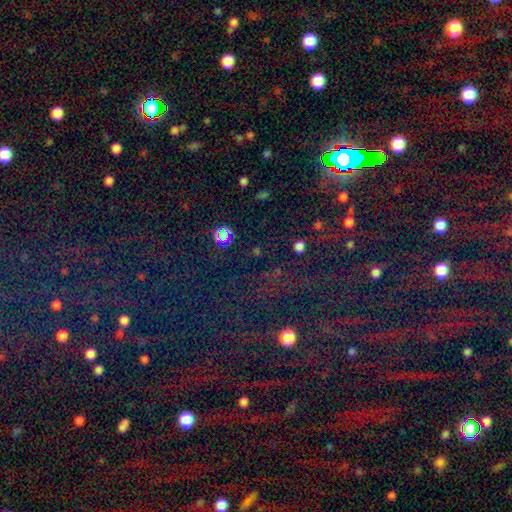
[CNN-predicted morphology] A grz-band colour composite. It shows a star or artifact, not a galaxy (80%).